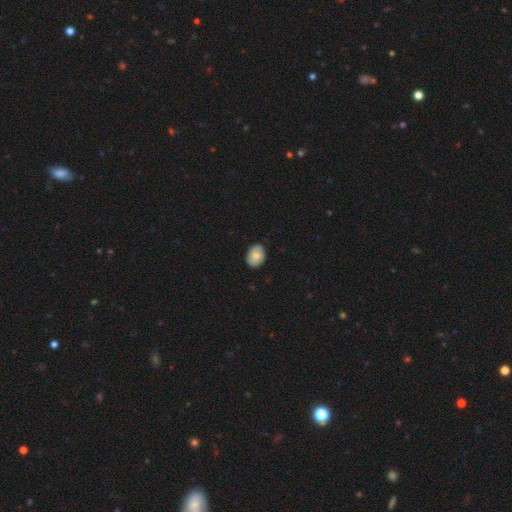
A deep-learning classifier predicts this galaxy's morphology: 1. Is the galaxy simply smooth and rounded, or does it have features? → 76% smooth, 17% featured or disk, 7% star or artifact.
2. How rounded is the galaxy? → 69% in between, 30% round, 1% cigar-shaped.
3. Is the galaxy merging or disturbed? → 82% none, 15% minor disturbance, 2% major disturbance, 1% merger.